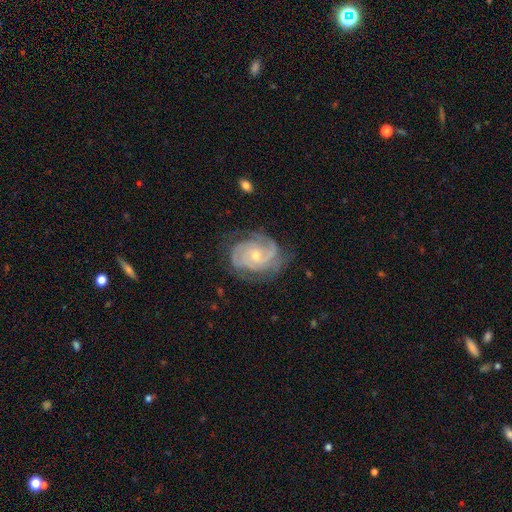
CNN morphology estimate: smooth-or-featured: featured or disk: 89% | smooth: 6% | star or artifact: 5%
  disk-edge-on: no: 98% | yes: 2%
    bar: no: 67% | weak: 27% | strong: 5%
    has-spiral-arms: yes: 97% | no: 3%
      spiral-winding: tight: 62% | medium: 32% | loose: 6%
      spiral-arm-count: 2: 33% | 3: 32% | can't tell: 17% | 4: 8% | 1: 5% | more than 4: 5%
    bulge-size: small: 59% | moderate: 38% | large: 1% | none: 1% | dominant: 1%
  merging: none: 71% | minor disturbance: 20% | major disturbance: 8% | merger: 1%